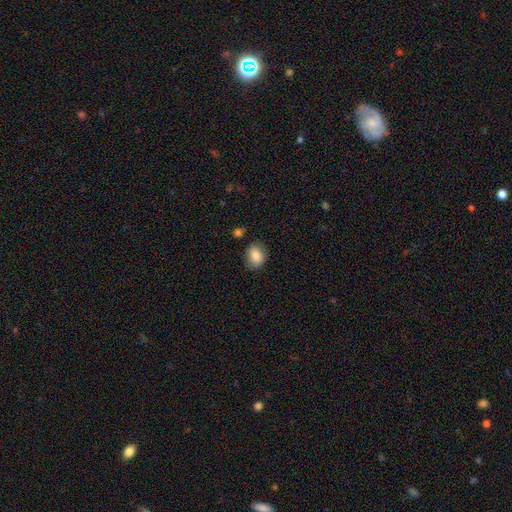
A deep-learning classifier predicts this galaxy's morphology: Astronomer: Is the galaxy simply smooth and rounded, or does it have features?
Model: smooth — 85%.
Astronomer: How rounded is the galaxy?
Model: in between — 67%.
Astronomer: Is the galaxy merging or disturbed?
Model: none — 78%.